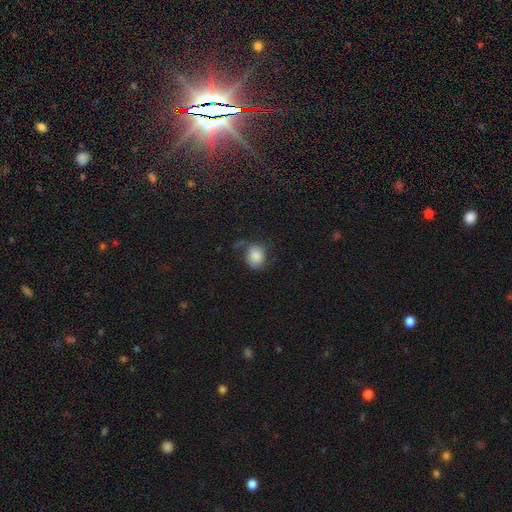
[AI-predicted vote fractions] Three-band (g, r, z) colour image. It shows a smooth galaxy with no disk features (79%) that is round (64%). Merging: none (54%).